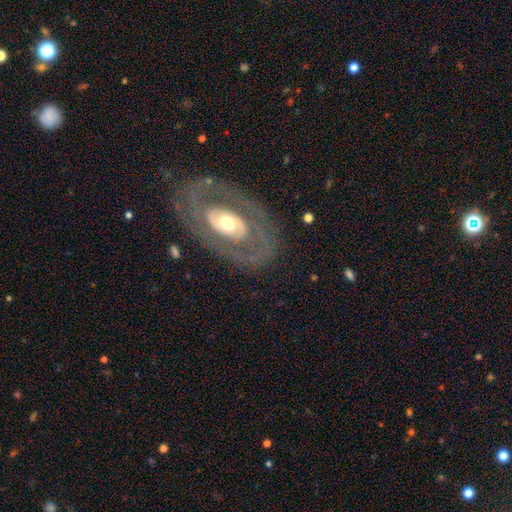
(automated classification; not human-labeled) A featured or disk galaxy (78%) with no bar (66%), spiral arms (54%) and a moderate central bulge (64%). Merging: none (80%).